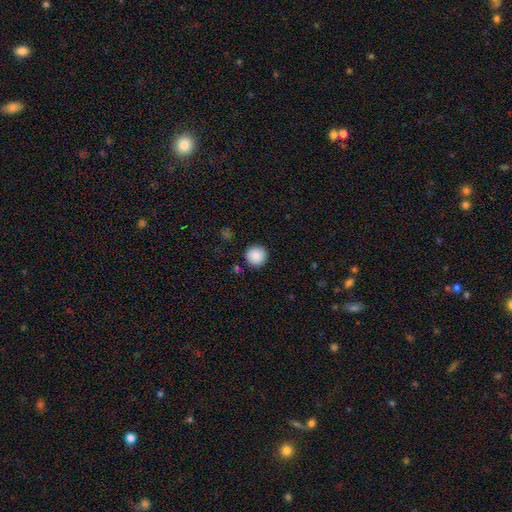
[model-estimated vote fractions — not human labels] smooth-or-featured: smooth: 89% | star or artifact: 8% | featured or disk: 3%
  how-rounded: round: 95% | in between: 4% | cigar-shaped: 1%
  merging: none: 91% | minor disturbance: 6% | major disturbance: 2% | merger: 2%